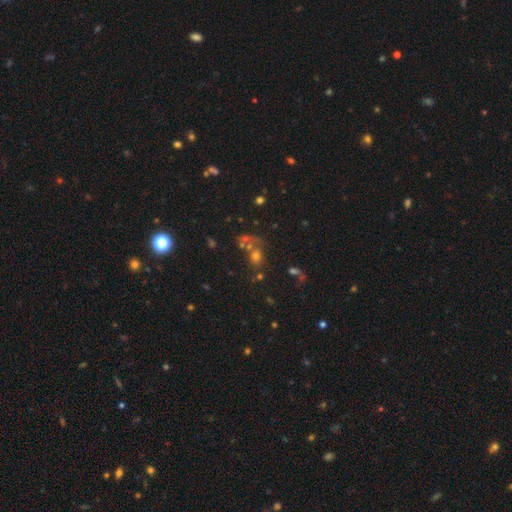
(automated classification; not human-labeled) smooth 49%, star or artifact 35%, featured or disk 16%. Down the decision tree: merging — none (47%).